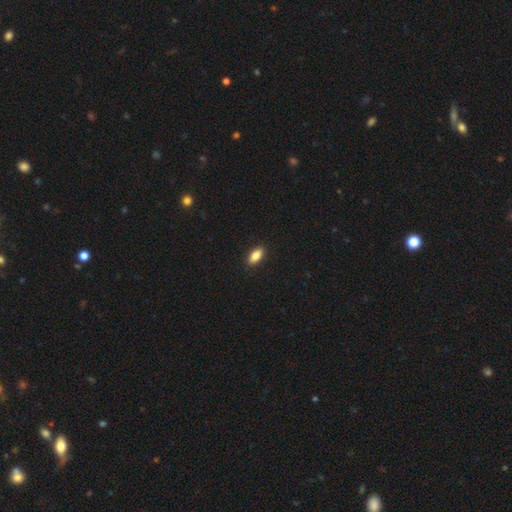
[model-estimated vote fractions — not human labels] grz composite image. It shows a smooth galaxy with no disk features (86%) that is in between round and cigar-shaped (86%). Merging: none (90%).